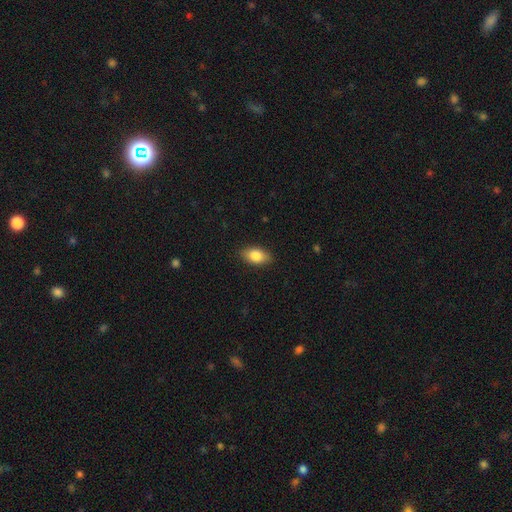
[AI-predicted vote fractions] Smooth or featured? smooth (84%)
How rounded? in between (90%)
Merging? none (86%)